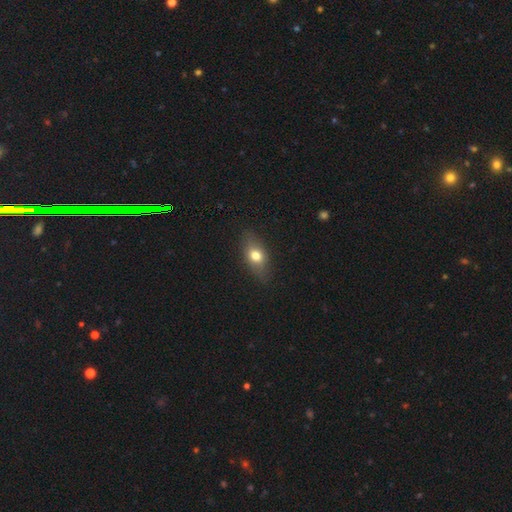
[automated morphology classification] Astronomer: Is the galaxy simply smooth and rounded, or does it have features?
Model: smooth — 70%.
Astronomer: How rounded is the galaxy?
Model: in between — 77%.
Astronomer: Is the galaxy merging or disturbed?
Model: none — 83%.